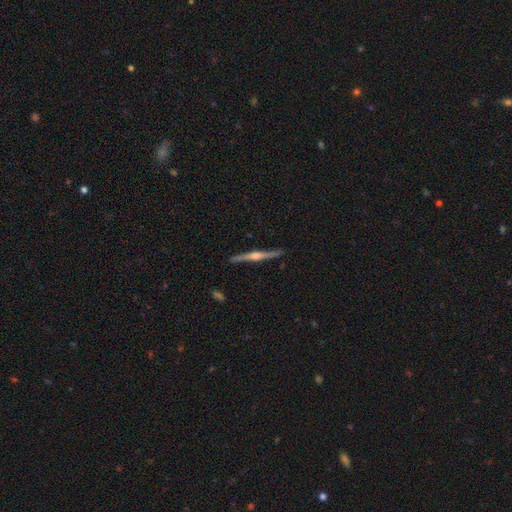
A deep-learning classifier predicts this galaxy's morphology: type=featured or disk (84%); edge-on=yes (98%); edge-on bulge=rounded (86%); merging=none (90%).